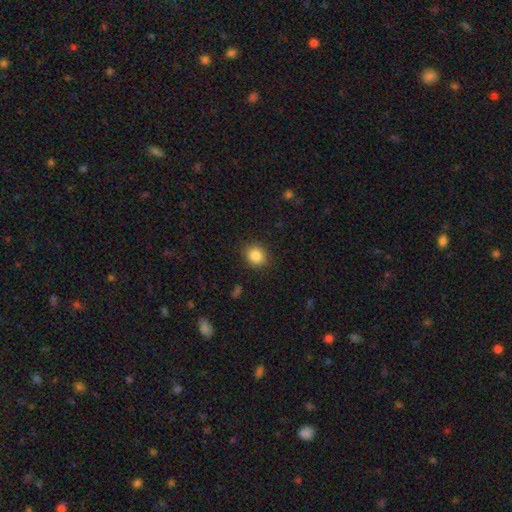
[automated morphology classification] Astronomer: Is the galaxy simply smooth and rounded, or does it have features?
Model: smooth — 86%.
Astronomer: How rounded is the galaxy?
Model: round — 72%.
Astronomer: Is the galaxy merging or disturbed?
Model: none — 87%.